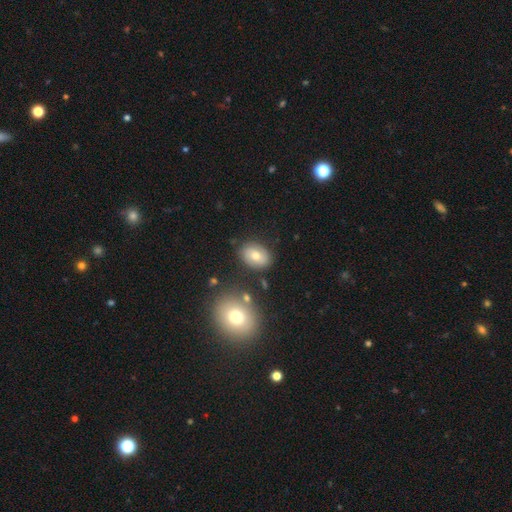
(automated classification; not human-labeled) Smooth or featured?
  - smooth: 70% *
  - featured or disk: 20%
  - star or artifact: 9%
How rounded?
  - in between: 75% *
  - round: 24%
  - cigar-shaped: 1%
Merging?
  - none: 81% *
  - minor disturbance: 11%
  - merger: 4%
  - major disturbance: 3%